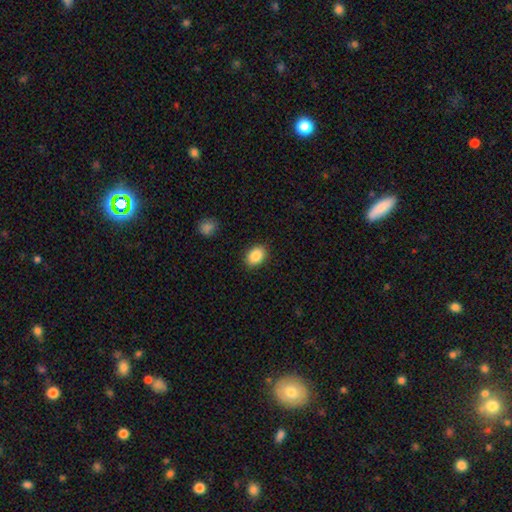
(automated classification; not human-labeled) Morphology: type=smooth (87%); roundness=in between (74%); merging=none (88%).